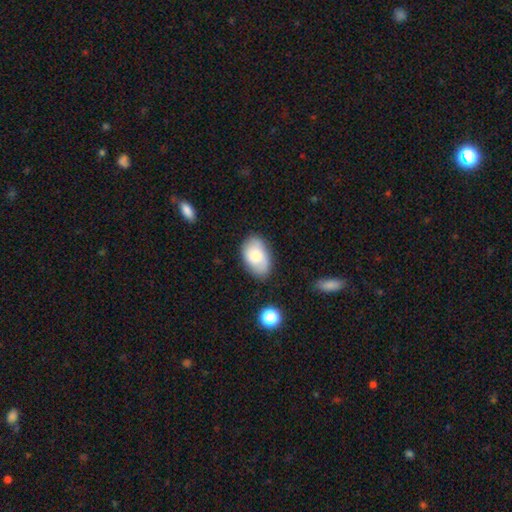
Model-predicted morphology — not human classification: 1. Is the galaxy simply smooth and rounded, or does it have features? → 66% smooth, 26% featured or disk, 8% star or artifact.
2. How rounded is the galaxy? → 89% in between, 9% round, 1% cigar-shaped.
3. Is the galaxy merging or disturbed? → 74% none, 19% minor disturbance, 5% major disturbance, 2% merger.